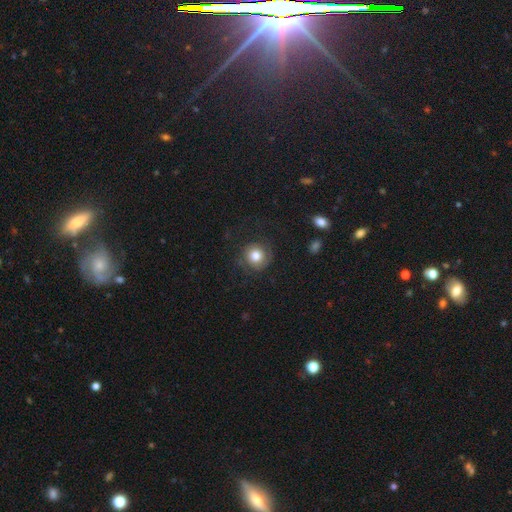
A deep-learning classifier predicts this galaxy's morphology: smooth-or-featured: smooth: 72% | featured or disk: 18% | star or artifact: 10%
  how-rounded: round: 92% | in between: 7% | cigar-shaped: 1%
  merging: none: 75% | minor disturbance: 14% | major disturbance: 10% | merger: 1%